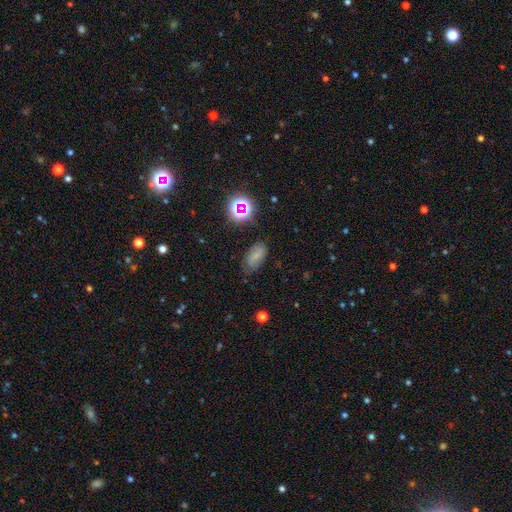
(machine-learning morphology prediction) smooth-or-featured: smooth: 64% | featured or disk: 19% | star or artifact: 17%
  how-rounded: in between: 89% | round: 7% | cigar-shaped: 4%
  merging: none: 72% | minor disturbance: 20% | major disturbance: 5% | merger: 2%